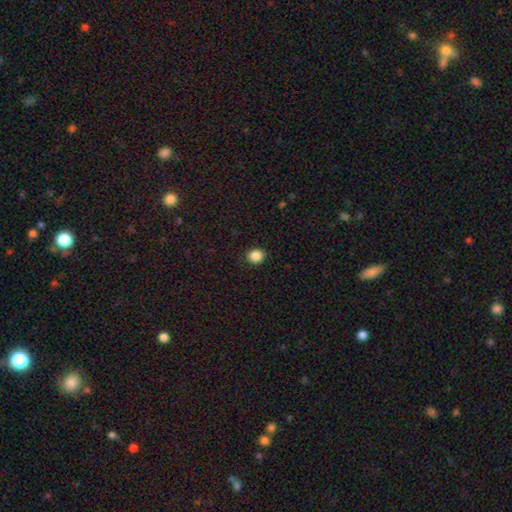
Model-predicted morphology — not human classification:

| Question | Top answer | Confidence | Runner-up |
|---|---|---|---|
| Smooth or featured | smooth | 87% | star or artifact (10%) |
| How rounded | round | 78% | in between (21%) |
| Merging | none | 89% | minor disturbance (8%) |